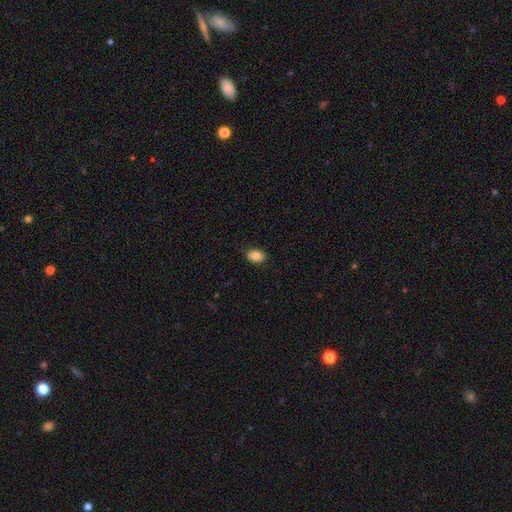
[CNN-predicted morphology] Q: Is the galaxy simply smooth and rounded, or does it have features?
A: smooth — 85%.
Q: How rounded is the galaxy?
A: in between — 86%.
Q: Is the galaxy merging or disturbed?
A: none — 87%.